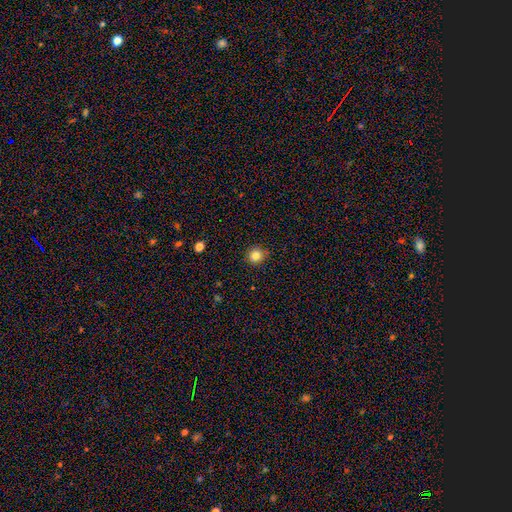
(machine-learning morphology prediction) Smooth or featured? Predicted: smooth (p=0.83). How rounded? Predicted: round (p=0.93). Merging? Predicted: none (p=0.91).